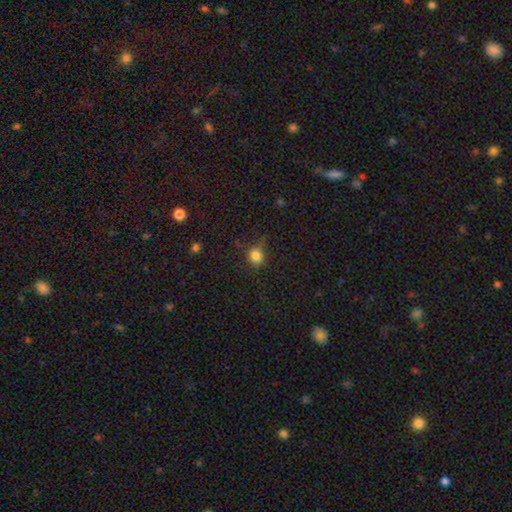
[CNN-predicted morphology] type=smooth (80%); roundness=round (80%); merging=none (69%).